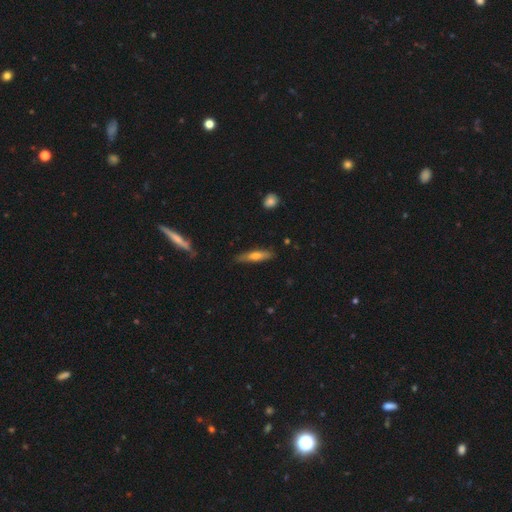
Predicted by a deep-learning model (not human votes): Smooth or featured: smooth — 55% (featured or disk — 39%)
How rounded: cigar-shaped — 79% (in between — 19%)
Merging: none — 84% (minor disturbance — 12%)